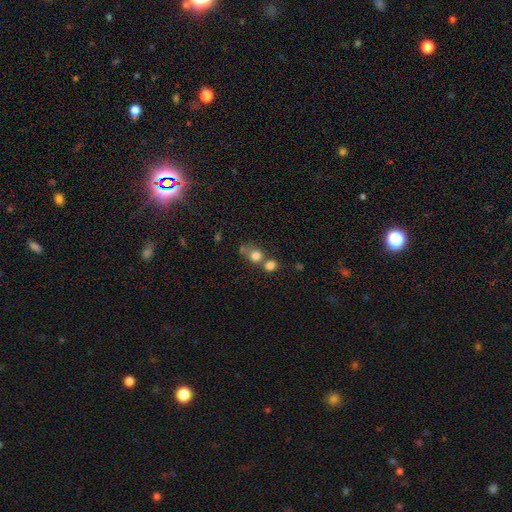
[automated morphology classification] smooth 77%, star or artifact 12%, featured or disk 11%. Down the decision tree: how rounded — round (73%); merging — merger (48%).